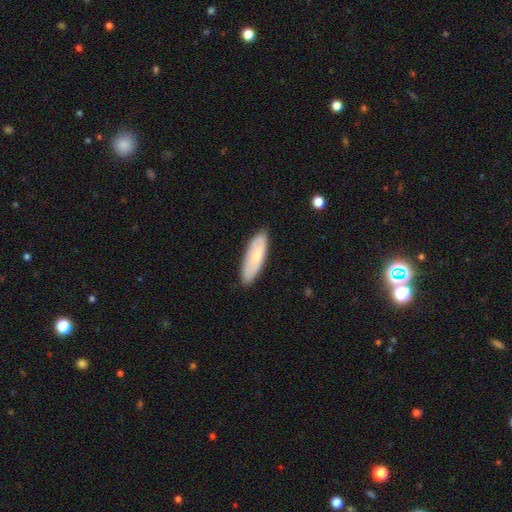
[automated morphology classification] Overall: smooth (63%; featured or disk 31%). How rounded: in between (58%; cigar-shaped 40%). Merging: none (84%).